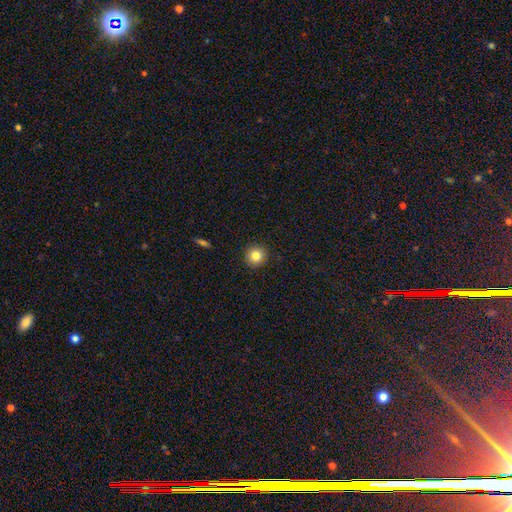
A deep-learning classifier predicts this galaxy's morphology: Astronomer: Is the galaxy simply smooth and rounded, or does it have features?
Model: smooth — 82%.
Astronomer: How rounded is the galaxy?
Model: round — 94%.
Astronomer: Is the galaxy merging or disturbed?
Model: none — 92%.